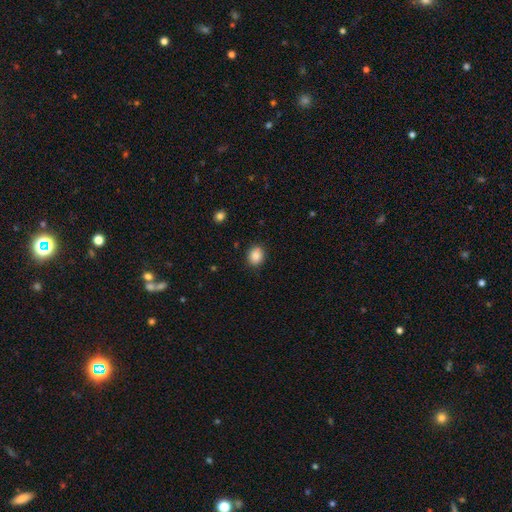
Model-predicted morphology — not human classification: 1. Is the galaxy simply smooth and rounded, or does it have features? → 85% smooth, 9% star or artifact, 5% featured or disk.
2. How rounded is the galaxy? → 65% round, 35% in between, 1% cigar-shaped.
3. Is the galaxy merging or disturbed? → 87% none, 9% minor disturbance, 2% major disturbance, 1% merger.